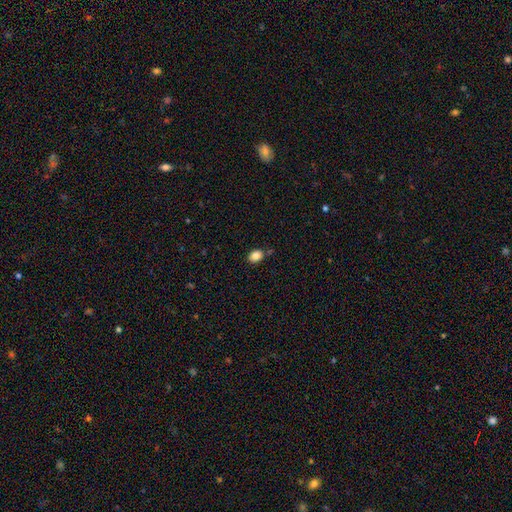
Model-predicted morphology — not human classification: type=smooth (85%); roundness=in between (58%); merging=none (77%).